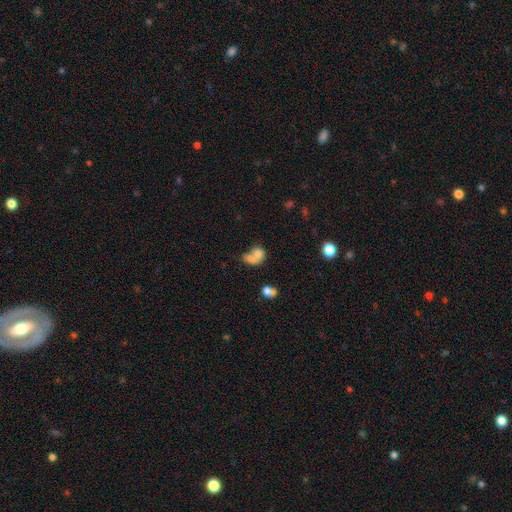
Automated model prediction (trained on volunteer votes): Smooth or featured? smooth (72%)
How rounded? in between (52%)
Merging? merger (64%)